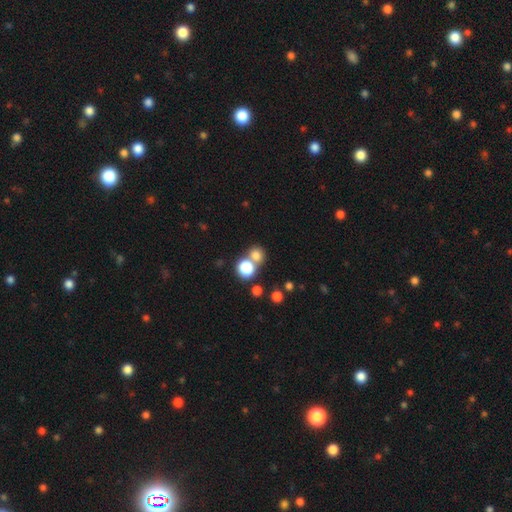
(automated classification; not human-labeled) Overall: smooth (76%). How rounded: round (81%). Merging: none (50%; merger 39%).